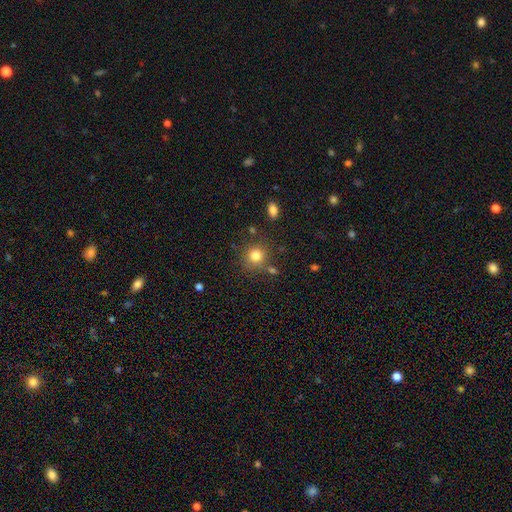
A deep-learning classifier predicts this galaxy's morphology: Overall: smooth (81%). How rounded: round (88%). Merging: none (77%).